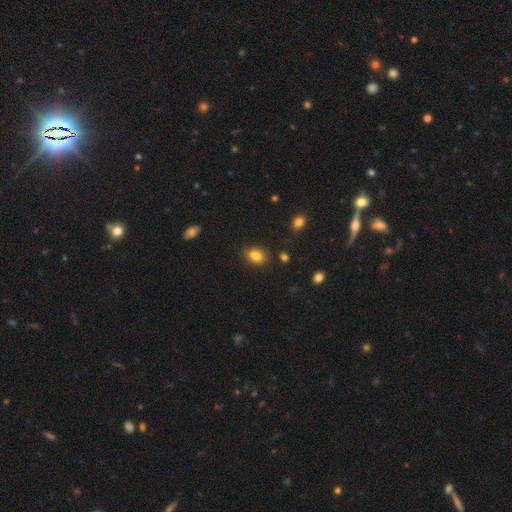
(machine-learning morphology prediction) smooth_or_featured: smooth (p=0.83) [alt: star or artifact p=0.10]
how_rounded: in between (p=0.74) [alt: round p=0.25]
merging: none (p=0.77) [alt: minor disturbance p=0.15]